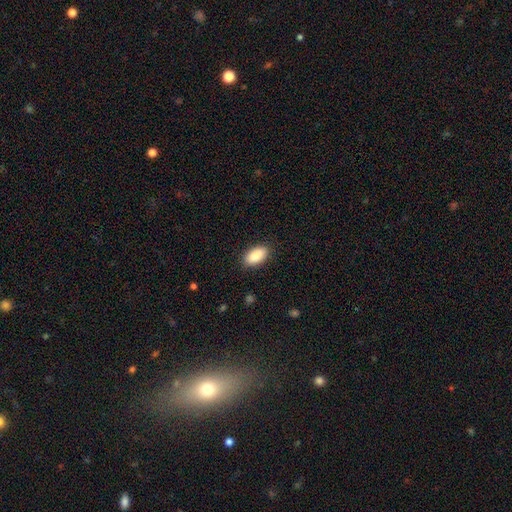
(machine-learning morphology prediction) Smooth or featured?
  - smooth: 90% *
  - star or artifact: 6%
  - featured or disk: 3%
How rounded?
  - in between: 94% *
  - cigar-shaped: 3%
  - round: 3%
Merging?
  - none: 88% *
  - minor disturbance: 8%
  - major disturbance: 2%
  - merger: 1%